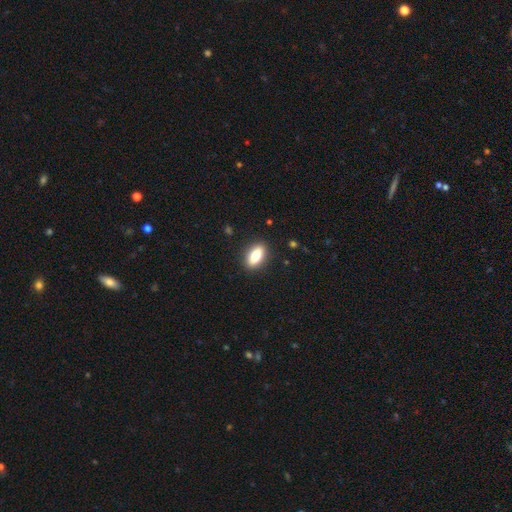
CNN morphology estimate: Q: Smooth or featured?
A: smooth (79%); runner-up: featured or disk (13%)
Q: How rounded?
A: in between (82%); runner-up: cigar-shaped (13%)
Q: Merging?
A: none (88%); runner-up: minor disturbance (8%)